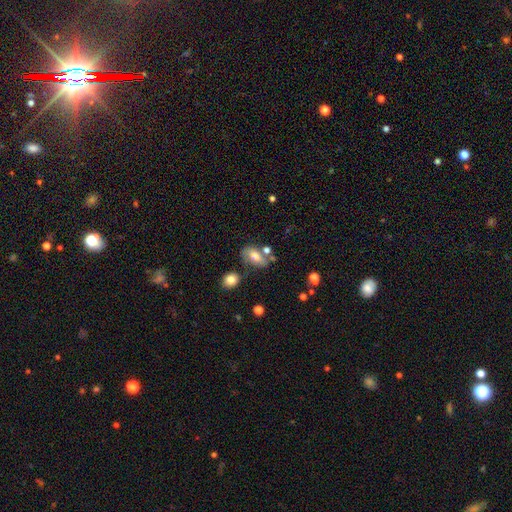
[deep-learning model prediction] Smooth or featured? Predicted: smooth (p=0.57). How rounded? Predicted: in between (p=0.86). Merging? Predicted: none (p=0.51).